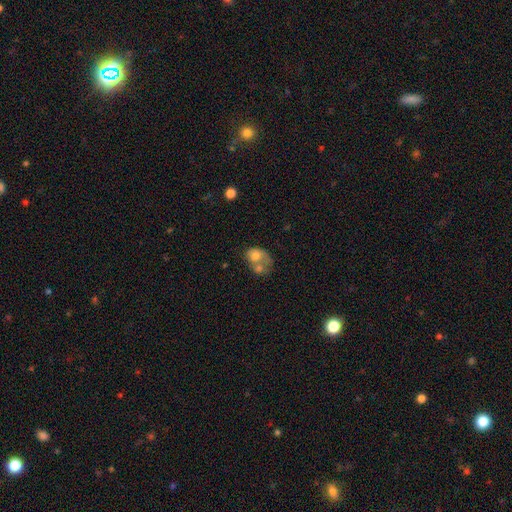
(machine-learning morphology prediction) Overall: smooth (67%). How rounded: in between (59%; round 40%). Merging: merger (61%).